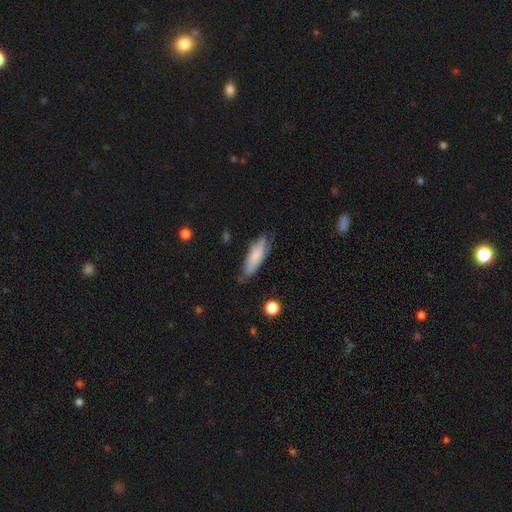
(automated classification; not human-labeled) Smooth or featured? smooth (72%)
How rounded? cigar-shaped (51%)
Merging? none (67%)